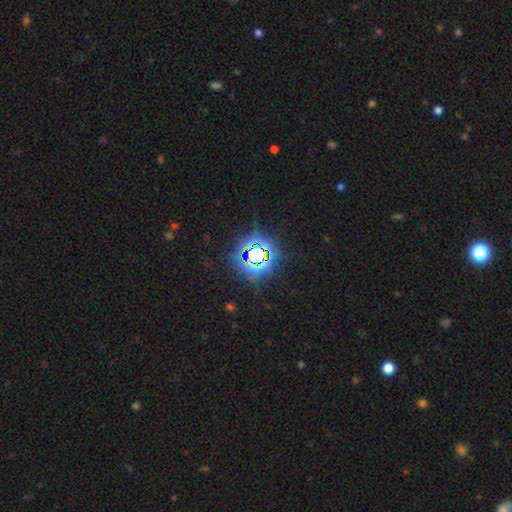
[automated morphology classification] This is likely a star or artifact rather than a galaxy (76%).